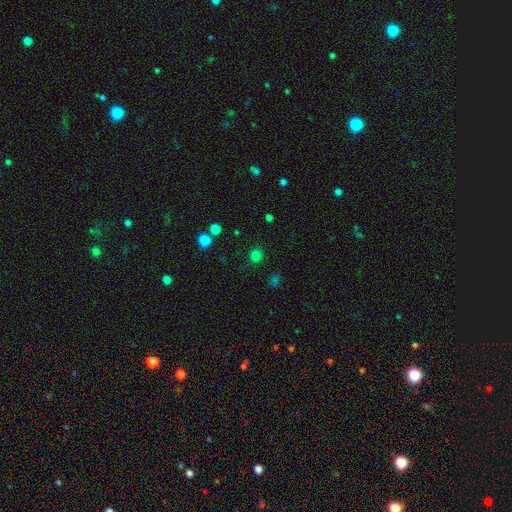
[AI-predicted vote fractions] Q: Smooth or featured?
A: smooth (78%); runner-up: star or artifact (17%)
Q: How rounded?
A: round (85%); runner-up: in between (14%)
Q: Merging?
A: none (86%); runner-up: minor disturbance (8%)